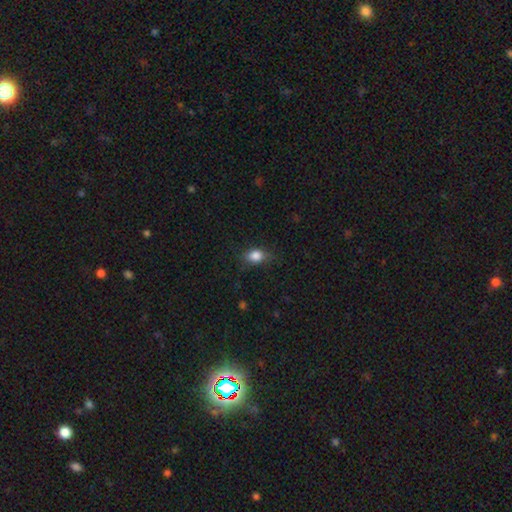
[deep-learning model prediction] Smooth or featured: smooth — 83% (star or artifact — 10%)
How rounded: in between — 65% (round — 32%)
Merging: none — 73% (minor disturbance — 20%)